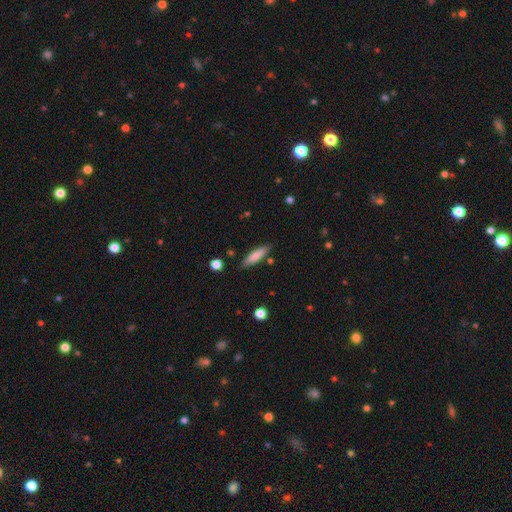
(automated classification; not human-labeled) smooth_or_featured: smooth (p=0.79) [alt: featured or disk p=0.15]
how_rounded: cigar-shaped (p=0.75) [alt: in between p=0.24]
merging: none (p=0.85) [alt: minor disturbance p=0.10]